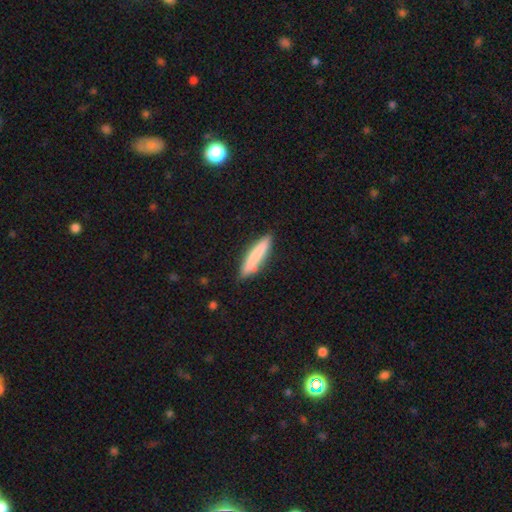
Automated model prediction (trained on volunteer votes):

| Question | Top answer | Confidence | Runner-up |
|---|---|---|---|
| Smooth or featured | smooth | 78% | featured or disk (16%) |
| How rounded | cigar-shaped | 86% | in between (13%) |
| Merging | none | 83% | minor disturbance (13%) |